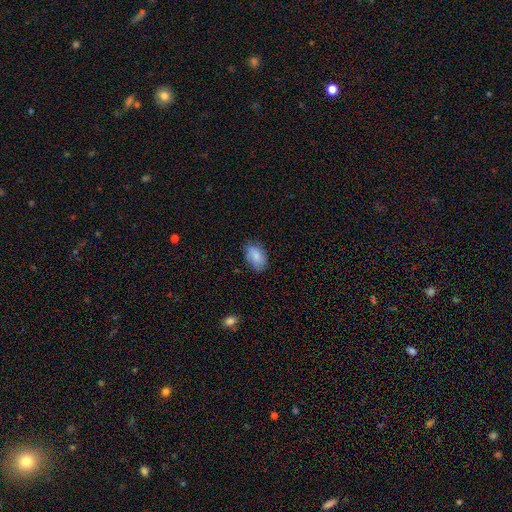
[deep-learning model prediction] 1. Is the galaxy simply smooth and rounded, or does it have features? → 80% smooth, 13% featured or disk, 7% star or artifact.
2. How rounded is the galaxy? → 89% in between, 9% round, 2% cigar-shaped.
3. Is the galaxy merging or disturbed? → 74% none, 21% minor disturbance, 4% major disturbance, 1% merger.